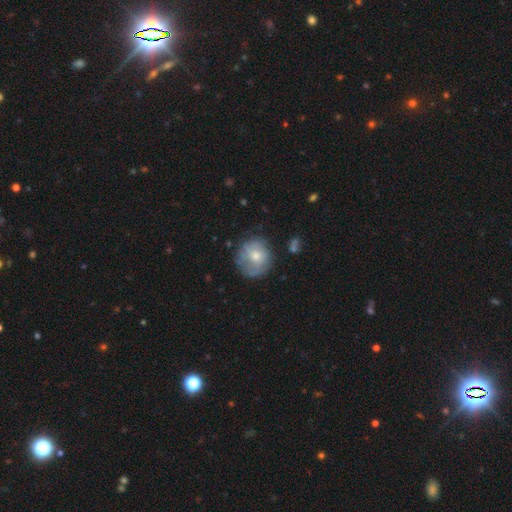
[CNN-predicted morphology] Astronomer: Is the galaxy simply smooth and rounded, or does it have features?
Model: smooth — 48% (runner-up: featured or disk, 44%).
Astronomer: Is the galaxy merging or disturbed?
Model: none — 65%.